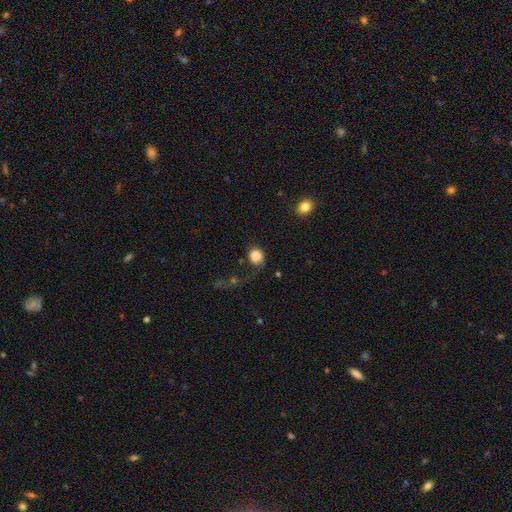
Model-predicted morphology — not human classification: type=smooth (84%); roundness=round (73%); merging=none (59%).